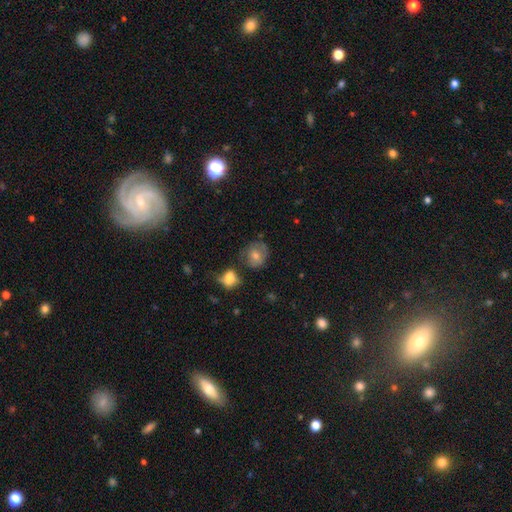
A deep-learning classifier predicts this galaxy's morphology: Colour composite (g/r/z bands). It shows a smooth galaxy with no disk features (62%) that is round (72%). Merging: none (62%).